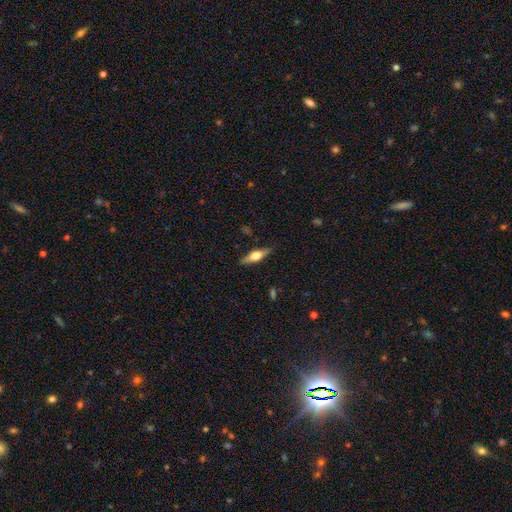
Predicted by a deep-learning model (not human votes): Overall: featured or disk (56%; smooth 38%). Edge-on disk: yes (94%). Edge-on bulge: rounded (91%). Merging: none (84%).